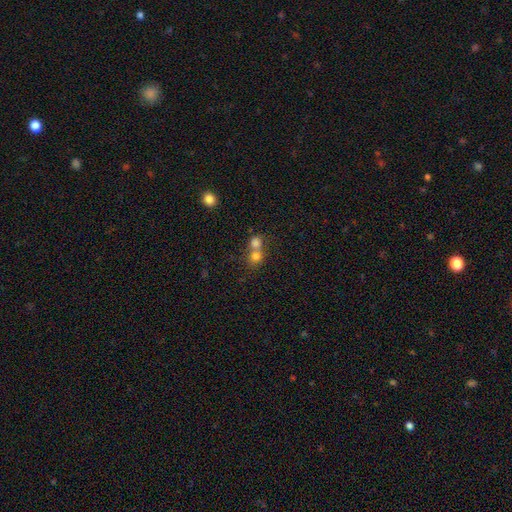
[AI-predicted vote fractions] Smooth or featured?
  - smooth: 75% *
  - star or artifact: 13%
  - featured or disk: 12%
How rounded?
  - round: 78% *
  - in between: 21%
  - cigar-shaped: 1%
Merging?
  - merger: 60% *
  - none: 32%
  - minor disturbance: 5%
  - major disturbance: 3%